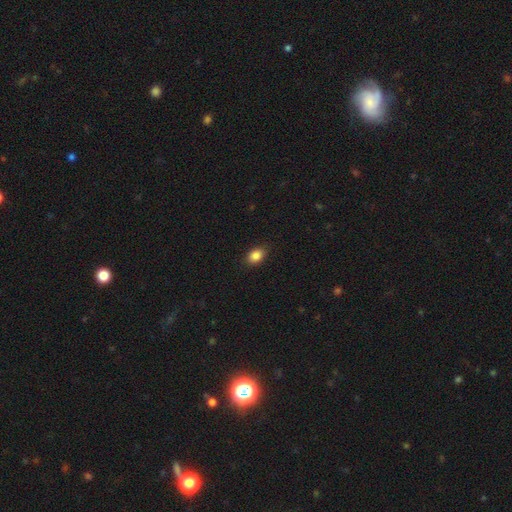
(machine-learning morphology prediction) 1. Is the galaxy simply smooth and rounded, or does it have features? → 87% smooth, 9% star or artifact, 5% featured or disk.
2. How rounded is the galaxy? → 76% in between, 23% round, 1% cigar-shaped.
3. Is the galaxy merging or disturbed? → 86% none, 11% minor disturbance, 2% major disturbance, 1% merger.